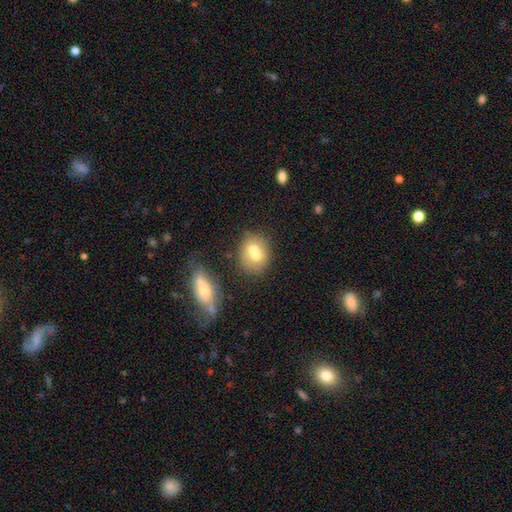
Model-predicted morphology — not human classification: Smooth or featured? Predicted: smooth (p=0.64). How rounded? Predicted: round (p=0.62). Merging? Predicted: merger (p=0.52).